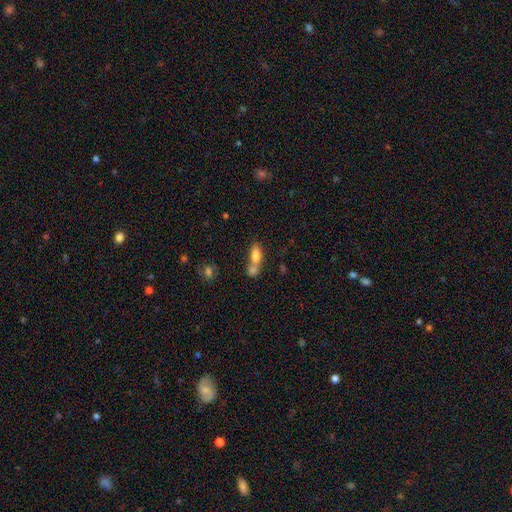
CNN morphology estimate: Smooth or featured: smooth — 76% (featured or disk — 15%)
How rounded: in between — 74% (cigar-shaped — 19%)
Merging: merger — 58% (none — 28%)